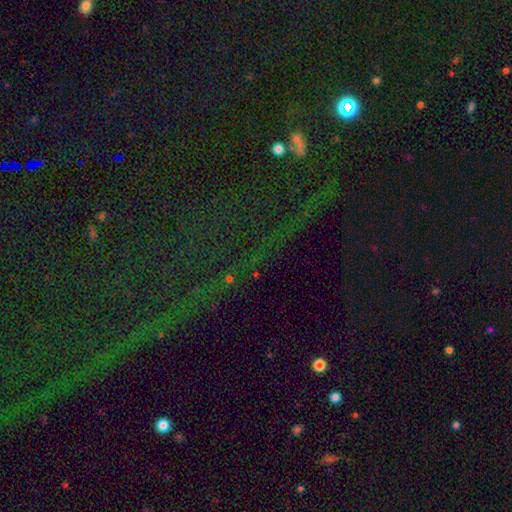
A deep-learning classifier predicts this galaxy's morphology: Smooth or featured? star or artifact (82%)